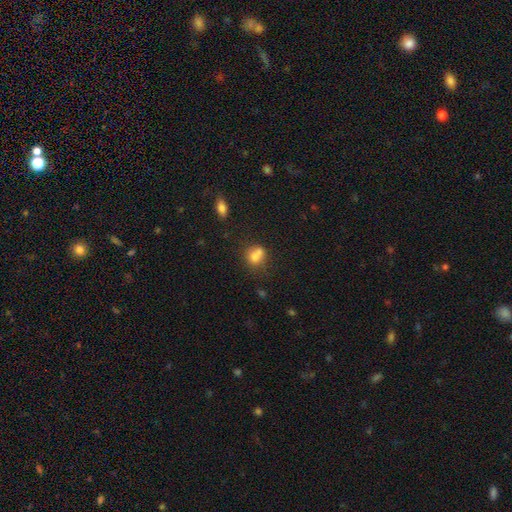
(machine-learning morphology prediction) Smooth or featured?
  - smooth: 71% *
  - featured or disk: 17%
  - star or artifact: 12%
How rounded?
  - round: 66% *
  - in between: 32%
  - cigar-shaped: 1%
Merging?
  - merger: 51% *
  - none: 34%
  - minor disturbance: 11%
  - major disturbance: 5%